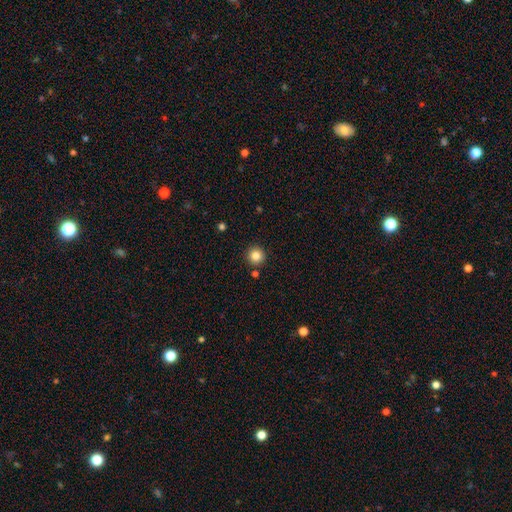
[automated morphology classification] This appears to be a smooth galaxy with no disk features (83%) that is round (95%). Merging: none (89%).